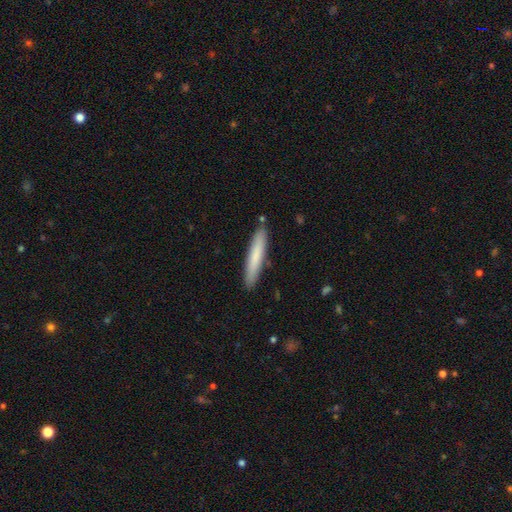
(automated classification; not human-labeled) Smooth or featured: smooth — 76% (featured or disk — 18%)
How rounded: cigar-shaped — 92% (in between — 7%)
Merging: none — 87% (minor disturbance — 9%)